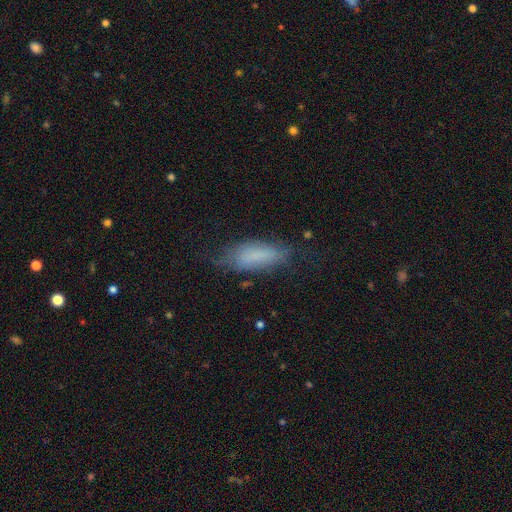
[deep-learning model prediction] Q: Smooth or featured?
A: smooth (72%); runner-up: featured or disk (19%)
Q: How rounded?
A: in between (66%); runner-up: cigar-shaped (32%)
Q: Merging?
A: none (55%); runner-up: minor disturbance (29%)